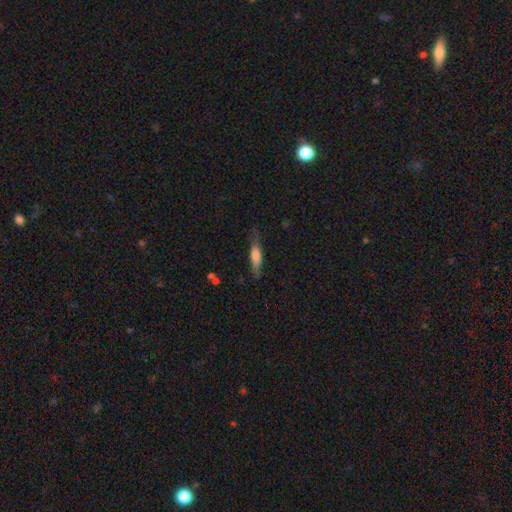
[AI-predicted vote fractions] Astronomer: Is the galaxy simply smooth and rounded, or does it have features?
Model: smooth — 54% (runner-up: featured or disk, 39%).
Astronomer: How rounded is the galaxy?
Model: cigar-shaped — 72%.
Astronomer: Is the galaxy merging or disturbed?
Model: none — 68%.